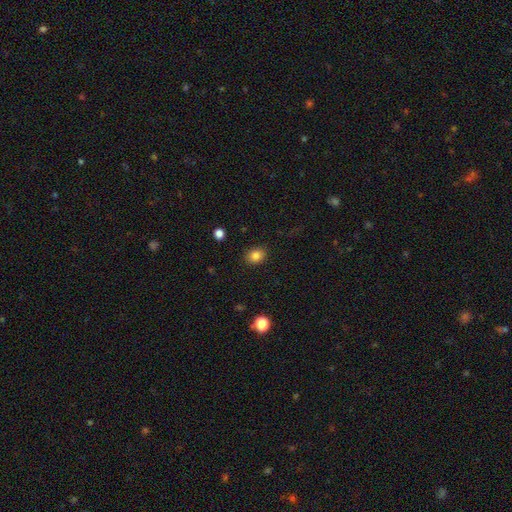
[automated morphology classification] Overall: smooth (84%). How rounded: in between (50%; round 49%). Merging: none (88%).